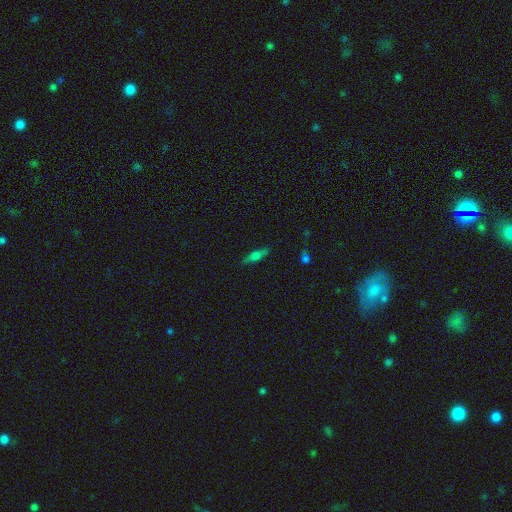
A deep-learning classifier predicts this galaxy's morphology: Smooth or featured: smooth — 50% (featured or disk — 41%)
How rounded: cigar-shaped — 63% (in between — 33%)
Merging: none — 85% (minor disturbance — 11%)